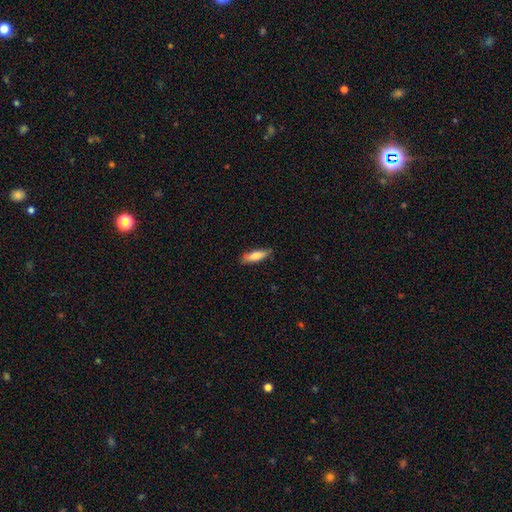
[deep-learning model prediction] Q: Smooth or featured?
A: smooth (78%); runner-up: featured or disk (16%)
Q: How rounded?
A: cigar-shaped (60%); runner-up: in between (38%)
Q: Merging?
A: none (83%); runner-up: minor disturbance (13%)